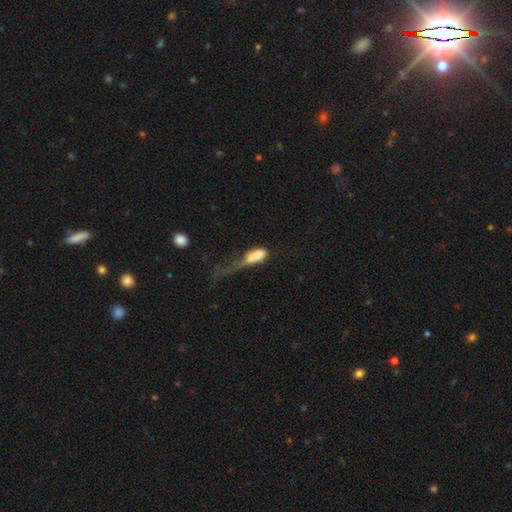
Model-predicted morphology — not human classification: This appears to be a smooth galaxy with no disk features (69%) that is in between round and cigar-shaped (77%). Merging: major disturbance (53%).